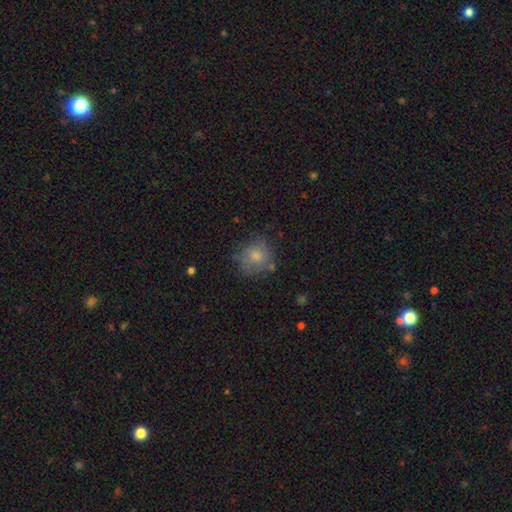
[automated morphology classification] This appears to be a smooth galaxy with no disk features (74%) that is round (80%). Merging: none (63%).